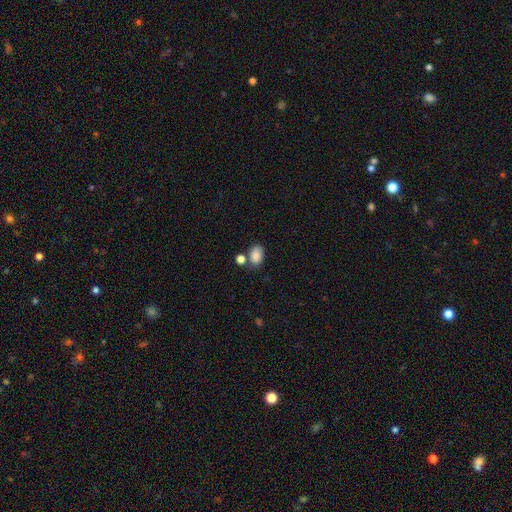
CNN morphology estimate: smooth-or-featured: smooth: 85% | star or artifact: 9% | featured or disk: 6%
  how-rounded: in between: 80% | round: 19% | cigar-shaped: 1%
  merging: none: 62% | merger: 19% | minor disturbance: 14% | major disturbance: 4%